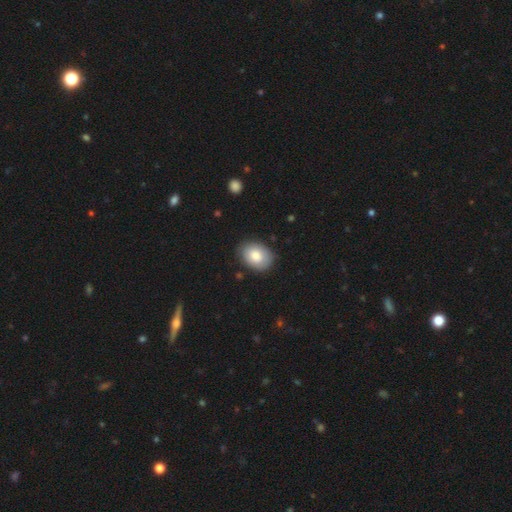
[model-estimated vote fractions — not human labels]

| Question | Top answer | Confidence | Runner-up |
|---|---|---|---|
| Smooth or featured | smooth | 79% | featured or disk (15%) |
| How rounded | in between | 76% | round (23%) |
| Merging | none | 81% | minor disturbance (14%) |